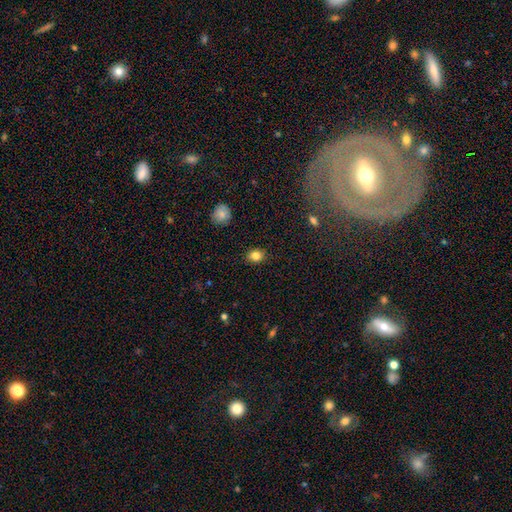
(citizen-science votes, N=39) smooth 85%, featured or disk 8%, star or artifact 8%. Down the decision tree: how rounded — in between (55%); merging — none (92%).